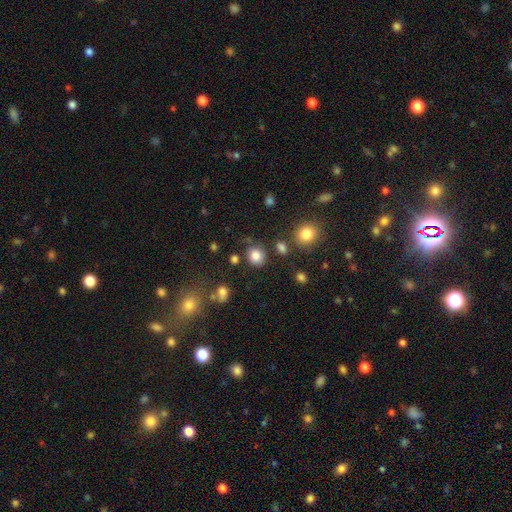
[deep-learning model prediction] This is clearly a smooth galaxy (83%). How rounded: likely round (76%). Merging: likely none (79%).